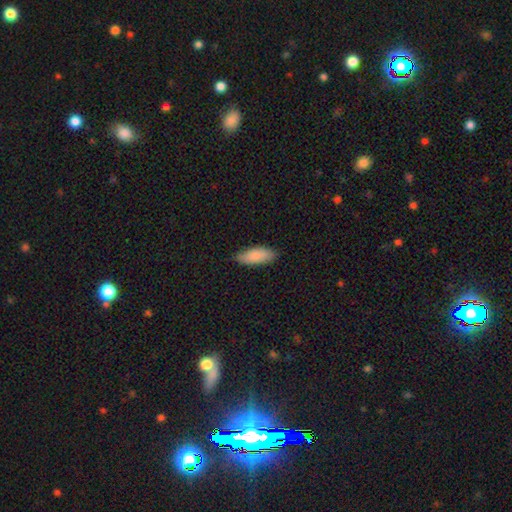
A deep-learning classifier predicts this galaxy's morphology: Smooth or featured?
  - smooth: 87% *
  - featured or disk: 7%
  - star or artifact: 6%
How rounded?
  - in between: 77% *
  - cigar-shaped: 22%
  - round: 2%
Merging?
  - none: 82% *
  - minor disturbance: 15%
  - major disturbance: 2%
  - merger: 1%